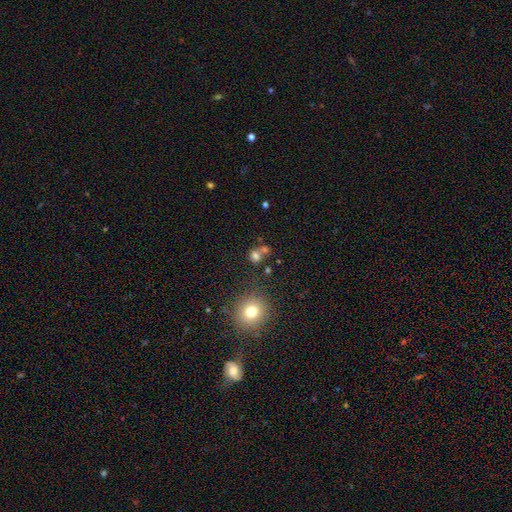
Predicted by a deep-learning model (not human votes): A smooth galaxy with no disk features (72%) that is round (75%). Merging: none (49%).